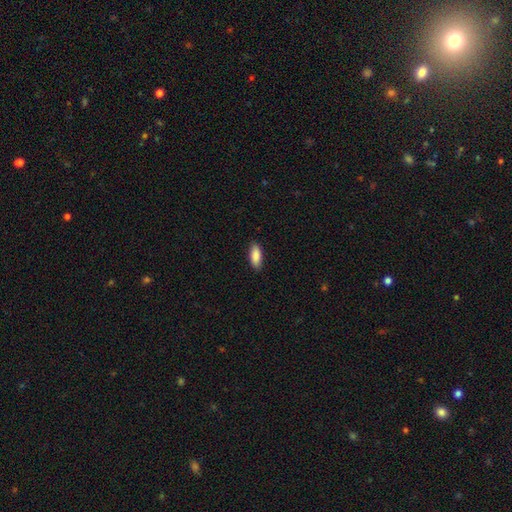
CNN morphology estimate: Q: Smooth or featured?
A: smooth (90%); runner-up: star or artifact (6%)
Q: How rounded?
A: in between (80%); runner-up: cigar-shaped (18%)
Q: Merging?
A: none (87%); runner-up: minor disturbance (10%)